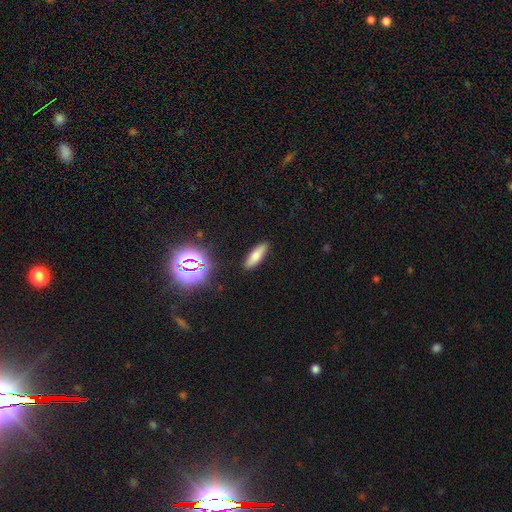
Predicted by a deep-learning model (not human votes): This is likely a smooth galaxy (71%). How rounded: possibly in between (51%). Merging: clearly none (89%).